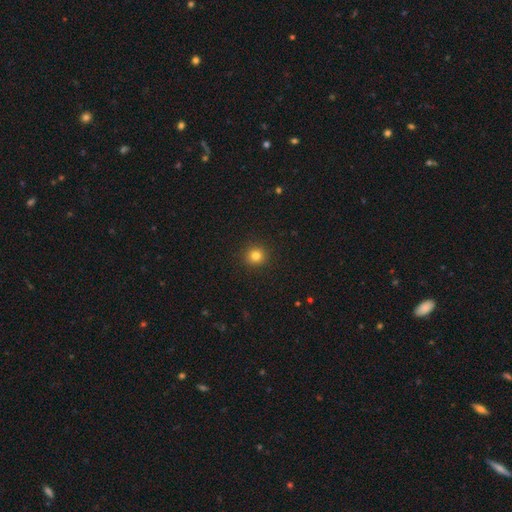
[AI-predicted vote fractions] Smooth or featured?
  - smooth: 81% *
  - star or artifact: 13%
  - featured or disk: 5%
How rounded?
  - round: 94% *
  - in between: 5%
  - cigar-shaped: 1%
Merging?
  - none: 93% *
  - minor disturbance: 5%
  - major disturbance: 2%
  - merger: 1%